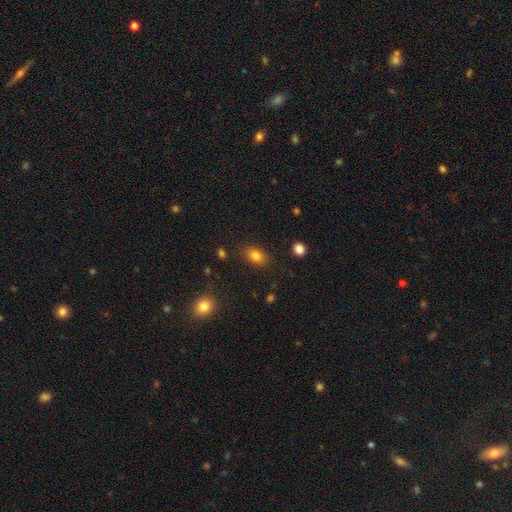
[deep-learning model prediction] This appears to be a smooth galaxy with no disk features (82%) that is in between round and cigar-shaped (81%). Merging: none (83%).